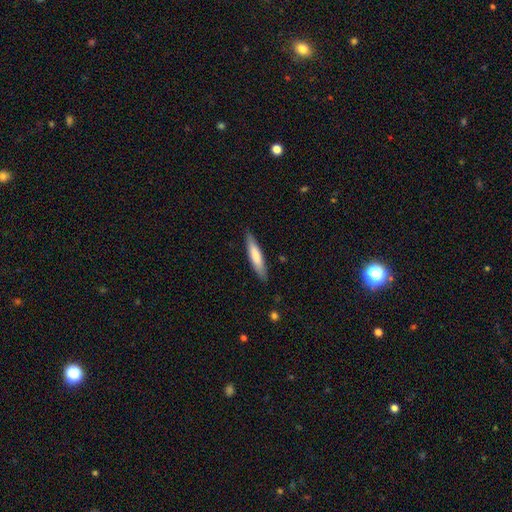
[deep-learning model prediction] Morphology: type=smooth (72%); roundness=cigar-shaped (83%); merging=none (87%).